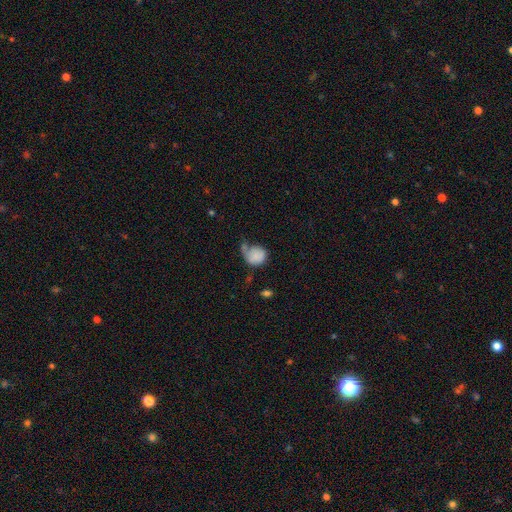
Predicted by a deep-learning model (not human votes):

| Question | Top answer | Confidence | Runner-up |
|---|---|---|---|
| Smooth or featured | smooth | 77% | featured or disk (14%) |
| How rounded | round | 66% | in between (33%) |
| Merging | none | 32% | tied: minor disturbance (32%) |